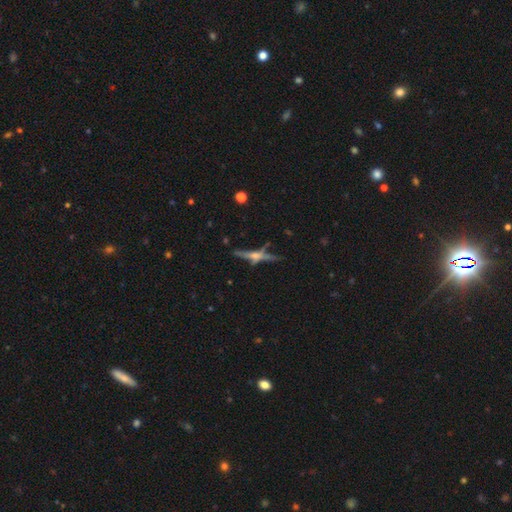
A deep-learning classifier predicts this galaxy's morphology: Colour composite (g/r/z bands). It shows a featured or disk galaxy (68%) viewed edge-on (94%) with a rounded central bulge (76%). Merging: none (69%).